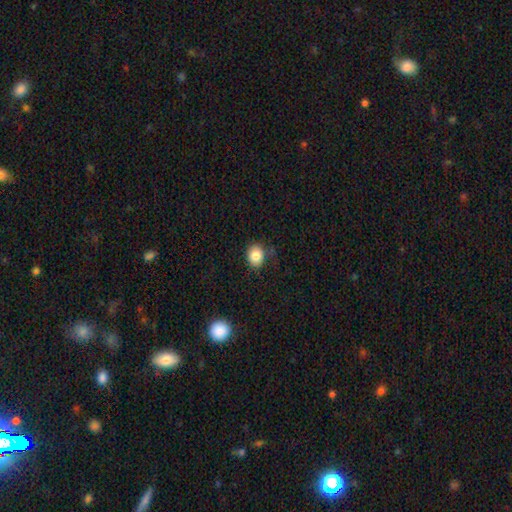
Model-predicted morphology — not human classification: Overall: smooth (83%). How rounded: round (62%; in between 37%). Merging: none (80%).